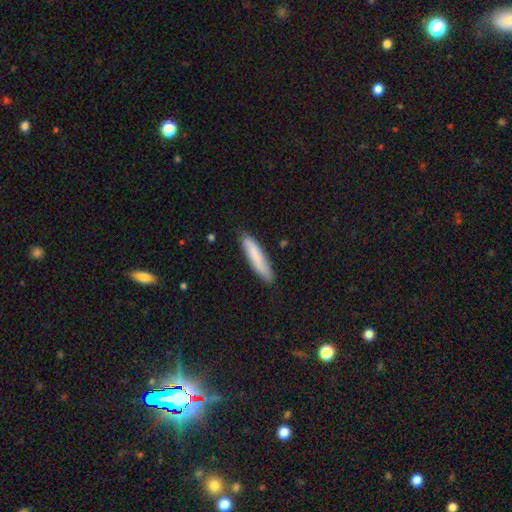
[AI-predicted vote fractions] This appears to be a smooth galaxy with no disk features (76%) that is cigar-shaped (85%). Merging: none (84%).